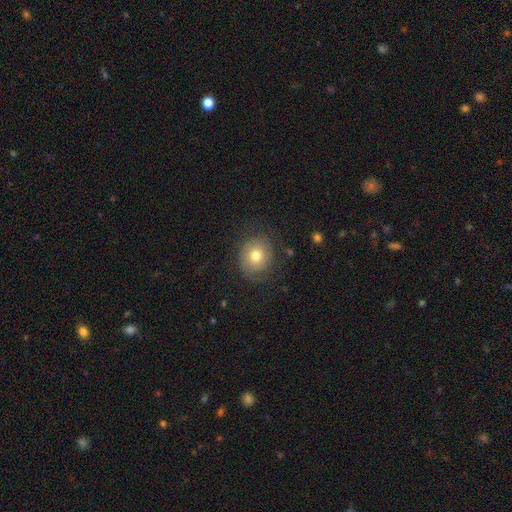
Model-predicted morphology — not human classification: The model was most divided on "smooth or featured": smooth: 61%, featured or disk: 29%, star or artifact: 10%. More confident: how rounded — round (77%); merging — none (73%).